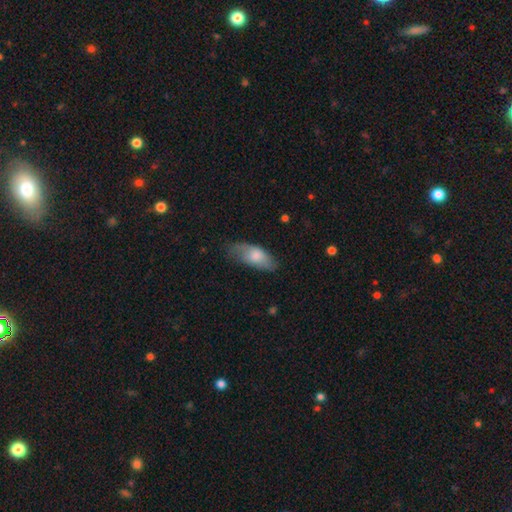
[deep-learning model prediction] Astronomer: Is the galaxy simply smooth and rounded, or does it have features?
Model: smooth — 74%.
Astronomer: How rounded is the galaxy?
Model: in between — 85%.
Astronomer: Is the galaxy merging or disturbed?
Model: none — 57%.